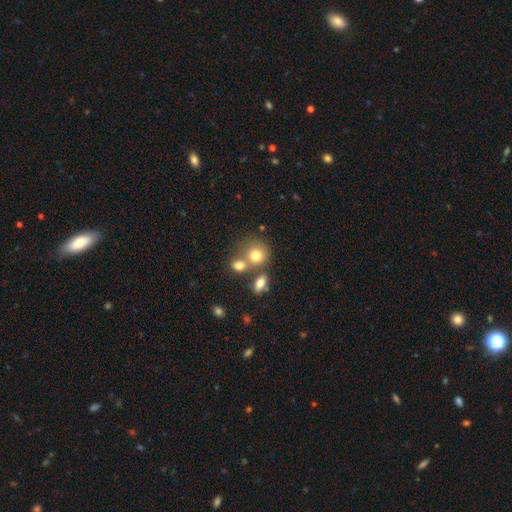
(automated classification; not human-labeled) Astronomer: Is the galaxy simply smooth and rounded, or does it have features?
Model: smooth — 77%.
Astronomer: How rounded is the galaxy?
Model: round — 76%.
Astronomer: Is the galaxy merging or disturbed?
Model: none — 46% (runner-up: merger, 39%).